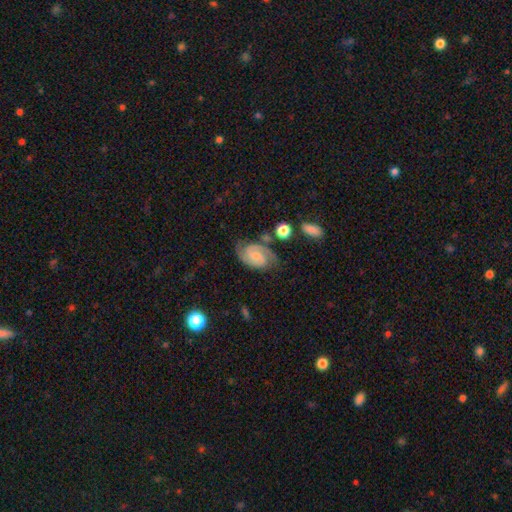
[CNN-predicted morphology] Q: Smooth or featured?
A: featured or disk (84%); runner-up: smooth (10%)
Q: Edge-on disk?
A: no (97%); runner-up: yes (3%)
Q: Bar?
A: no (51%); runner-up: weak (40%)
Q: Spiral arms?
A: yes (97%); runner-up: no (3%)
Q: Spiral winding?
A: tight (46%); runner-up: medium (45%)
Q: Spiral arm count?
A: 2 (86%); runner-up: can't tell (5%)
Q: Bulge size?
A: small (60%); runner-up: moderate (26%)
Q: Merging?
A: none (71%); runner-up: minor disturbance (18%)